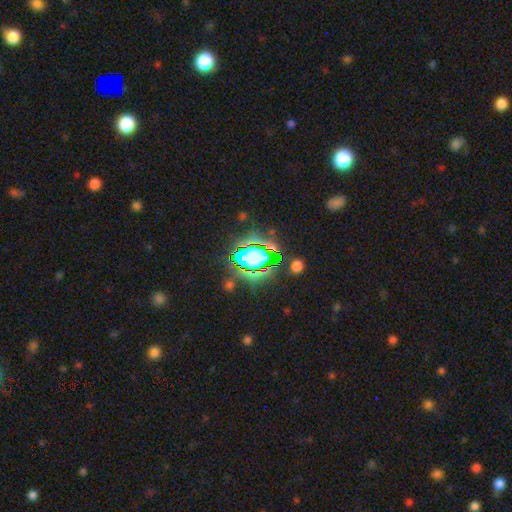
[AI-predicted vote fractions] A star or artifact, not a galaxy (66%).